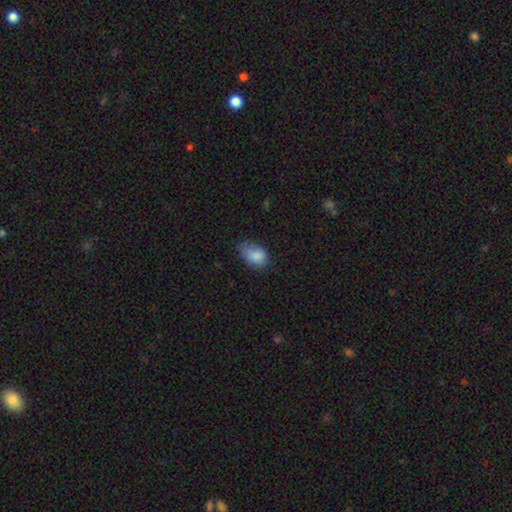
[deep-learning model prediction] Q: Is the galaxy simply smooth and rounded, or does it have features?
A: smooth — 84%.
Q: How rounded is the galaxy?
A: in between — 87%.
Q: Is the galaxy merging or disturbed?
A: none — 48%.